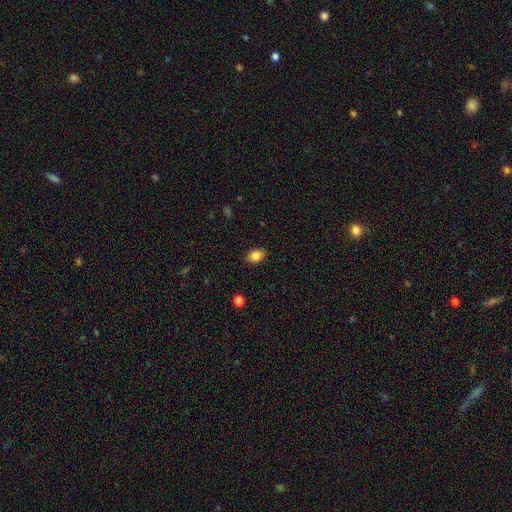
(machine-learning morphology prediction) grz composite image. It shows a smooth galaxy with no disk features (85%) that is in between round and cigar-shaped (70%). Merging: none (87%).